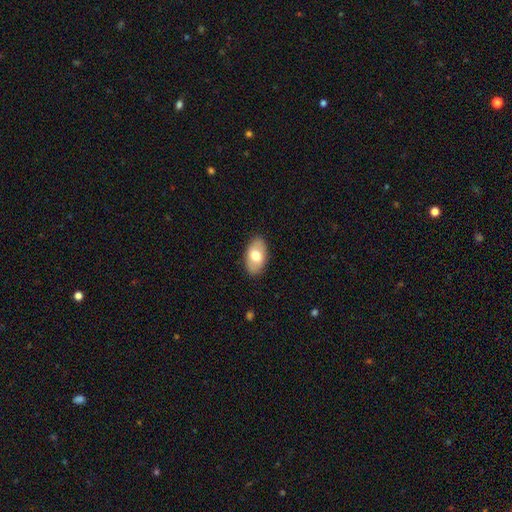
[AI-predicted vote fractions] Smooth or featured? smooth (69%)
How rounded? in between (92%)
Merging? none (86%)